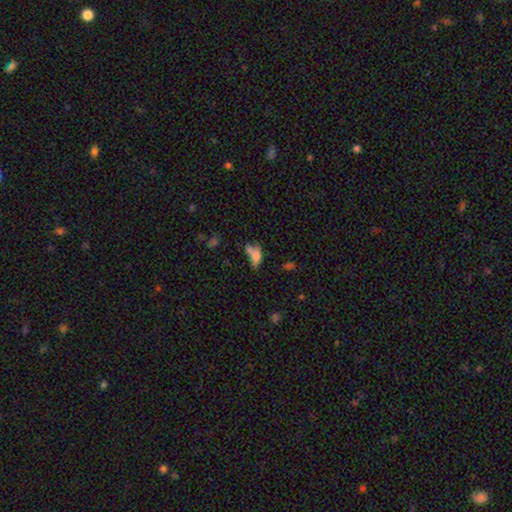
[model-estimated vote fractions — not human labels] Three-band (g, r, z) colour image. It shows a smooth galaxy with no disk features (62%) that is in between round and cigar-shaped (72%). Merging: merger (37%).